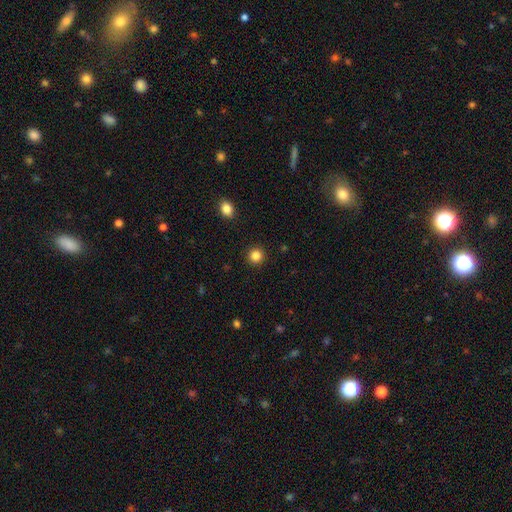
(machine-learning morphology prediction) smooth-or-featured: smooth: 85% | star or artifact: 11% | featured or disk: 4%
  how-rounded: round: 93% | in between: 6% | cigar-shaped: 1%
  merging: none: 93% | minor disturbance: 5% | major disturbance: 2% | merger: 1%